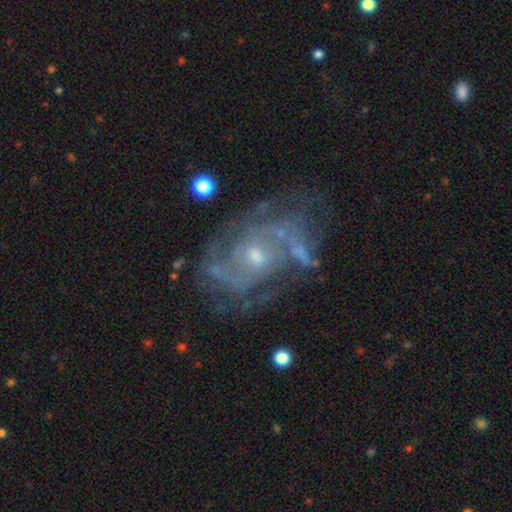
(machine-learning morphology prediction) Smooth or featured?
  - featured or disk: 86% *
  - star or artifact: 8%
  - smooth: 5%
Edge-on disk?
  - no: 97% *
  - yes: 3%
Bar?
  - no: 64% *
  - weak: 29%
  - strong: 7%
Spiral arms?
  - yes: 94% *
  - no: 6%
Spiral winding?
  - tight: 46% *
  - medium: 42%
  - loose: 12%
Spiral arm count?
  - 2: 36% *
  - can't tell: 24%
  - 3: 20%
  - 4: 8%
  - 1: 6%
  - more than 4: 6%
Bulge size?
  - small: 61% *
  - moderate: 35%
  - none: 2%
  - large: 1%
  - dominant: 1%
Merging?
  - none: 61% *
  - minor disturbance: 19%
  - major disturbance: 12%
  - merger: 8%